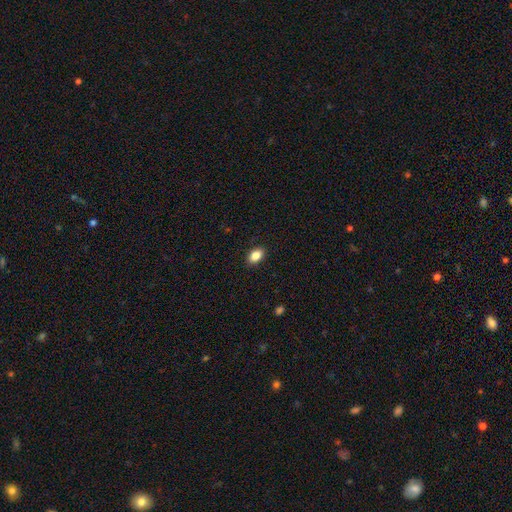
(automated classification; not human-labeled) Morphology: type=smooth (86%); roundness=in between (88%); merging=none (89%).